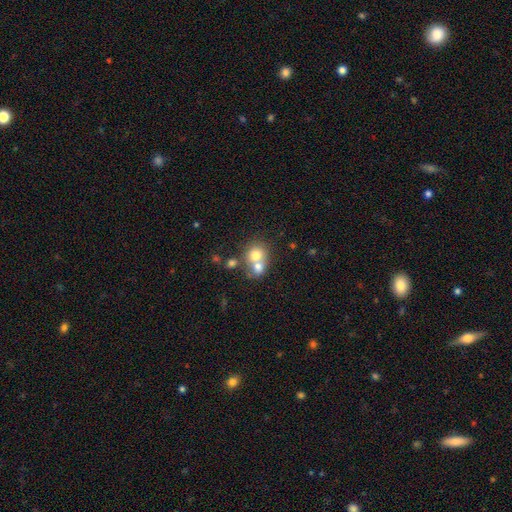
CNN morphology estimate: Smooth or featured? smooth (70%)
How rounded? round (73%)
Merging? merger (65%)